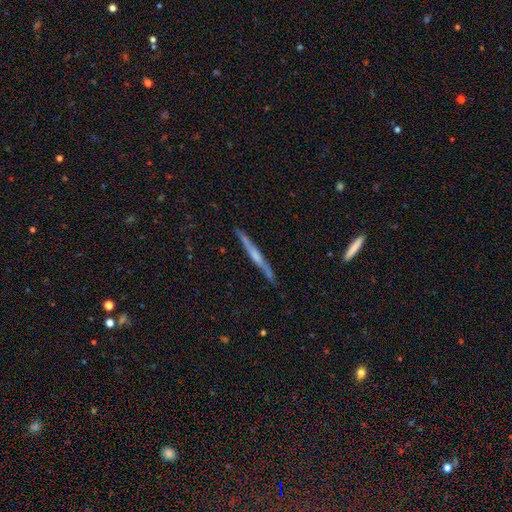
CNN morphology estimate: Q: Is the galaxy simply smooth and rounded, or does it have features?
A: featured or disk — 68%.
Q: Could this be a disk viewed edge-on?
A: yes — 98%.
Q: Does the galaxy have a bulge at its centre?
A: rounded — 45%.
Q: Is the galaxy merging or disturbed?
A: none — 87%.